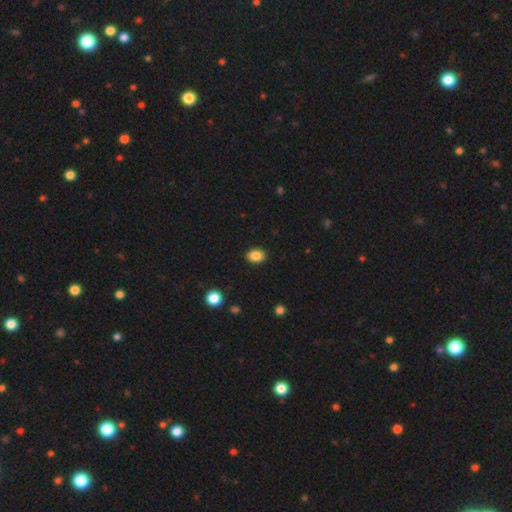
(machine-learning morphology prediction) Overall: smooth (86%). How rounded: in between (73%). Merging: none (90%).